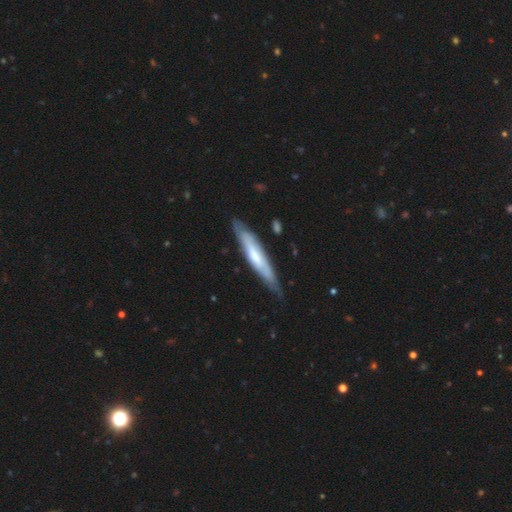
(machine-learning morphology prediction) smooth_or_featured: featured or disk (p=0.55) [alt: smooth p=0.39]
disk_edge_on: yes (p=0.71) [alt: no p=0.29]
merging: none (p=0.78) [alt: minor disturbance p=0.17]